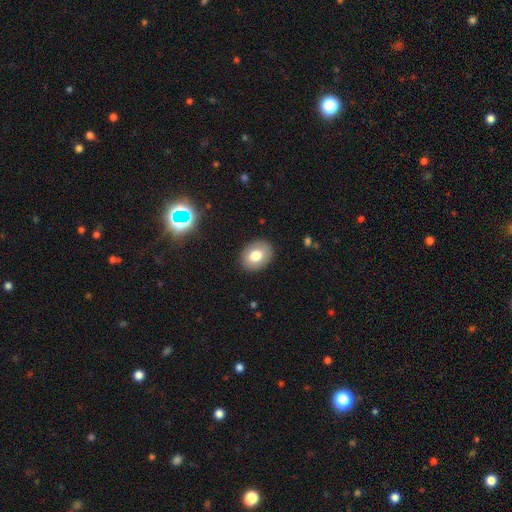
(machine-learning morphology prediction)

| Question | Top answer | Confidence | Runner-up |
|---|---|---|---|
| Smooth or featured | smooth | 76% | featured or disk (14%) |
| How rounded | in between | 64% | round (35%) |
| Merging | none | 88% | minor disturbance (8%) |